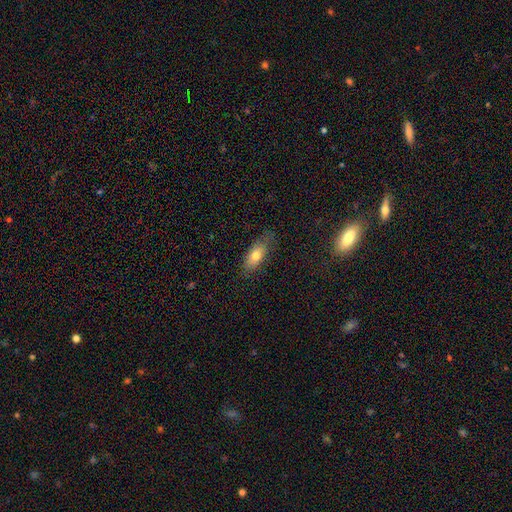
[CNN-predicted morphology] Overall: smooth (73%). How rounded: in between (80%). Merging: none (67%).